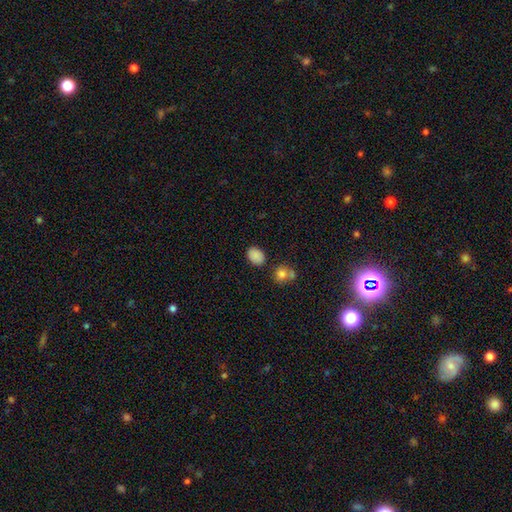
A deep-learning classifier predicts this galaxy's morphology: Smooth or featured: smooth — 86% (star or artifact — 10%)
How rounded: in between — 73% (round — 25%)
Merging: none — 80% (minor disturbance — 11%)